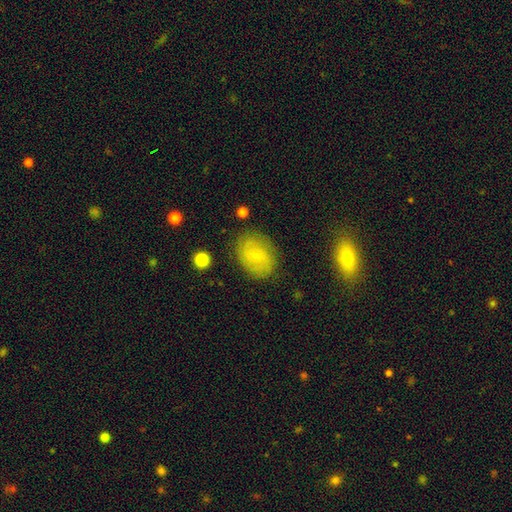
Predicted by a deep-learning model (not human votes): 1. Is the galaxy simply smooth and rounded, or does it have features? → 61% smooth, 30% featured or disk, 10% star or artifact.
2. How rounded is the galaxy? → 66% in between, 32% round, 1% cigar-shaped.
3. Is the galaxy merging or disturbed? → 80% none, 14% minor disturbance, 4% major disturbance, 2% merger.